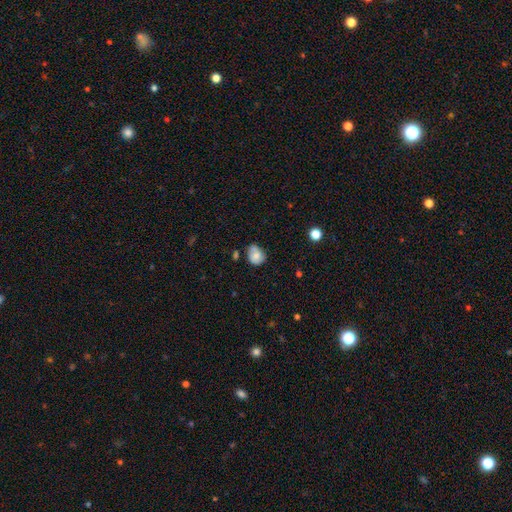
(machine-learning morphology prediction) This appears to be a smooth galaxy with no disk features (73%) that is round (57%). Merging: none (52%).